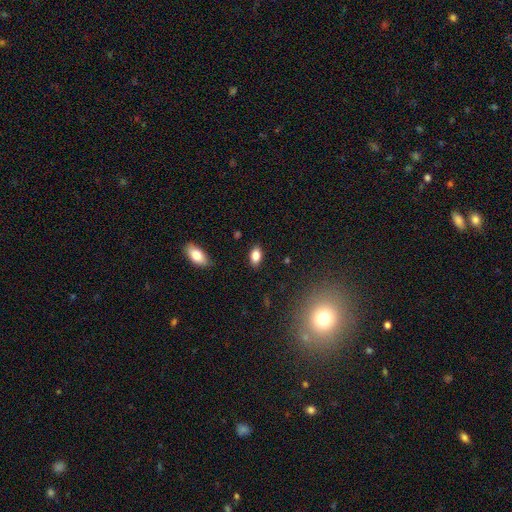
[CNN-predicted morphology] A smooth galaxy with no disk features (84%) that is in between round and cigar-shaped (91%). Merging: none (87%).